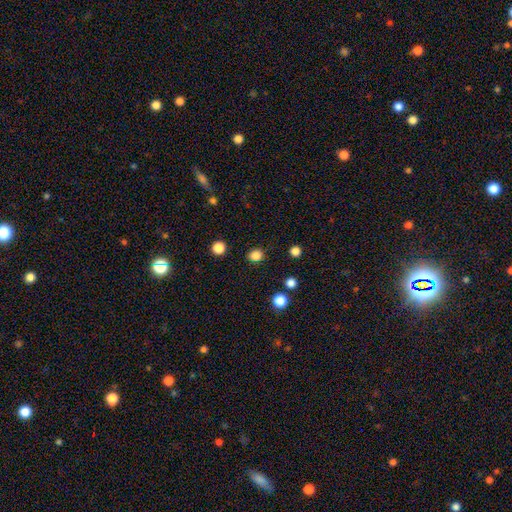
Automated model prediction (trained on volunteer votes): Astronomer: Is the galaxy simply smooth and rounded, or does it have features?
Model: smooth — 83%.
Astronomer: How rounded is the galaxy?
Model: round — 73%.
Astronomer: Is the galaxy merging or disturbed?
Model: none — 87%.